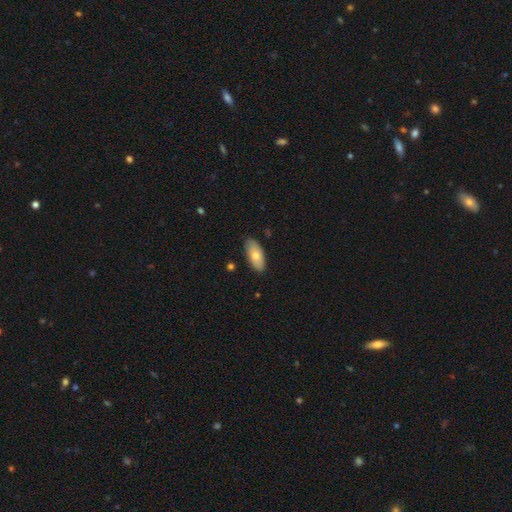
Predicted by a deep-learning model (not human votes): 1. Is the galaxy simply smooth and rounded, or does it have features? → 71% smooth, 23% featured or disk, 6% star or artifact.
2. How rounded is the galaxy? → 89% in between, 8% cigar-shaped, 3% round.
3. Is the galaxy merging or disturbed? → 83% none, 13% minor disturbance, 2% major disturbance, 1% merger.